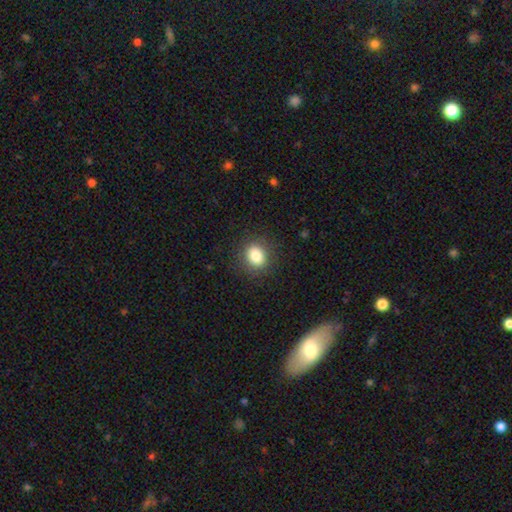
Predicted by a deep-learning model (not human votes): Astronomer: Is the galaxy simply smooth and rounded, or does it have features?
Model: smooth — 82%.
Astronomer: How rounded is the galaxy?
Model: round — 65%.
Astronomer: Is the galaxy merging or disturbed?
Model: none — 88%.